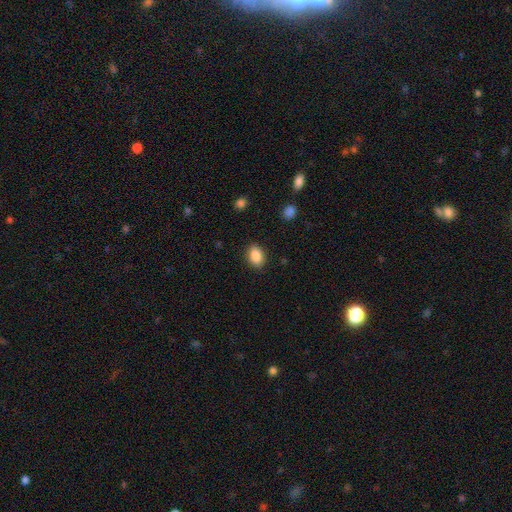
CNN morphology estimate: A smooth galaxy with no disk features (87%) that is in between round and cigar-shaped (84%). Merging: none (88%).